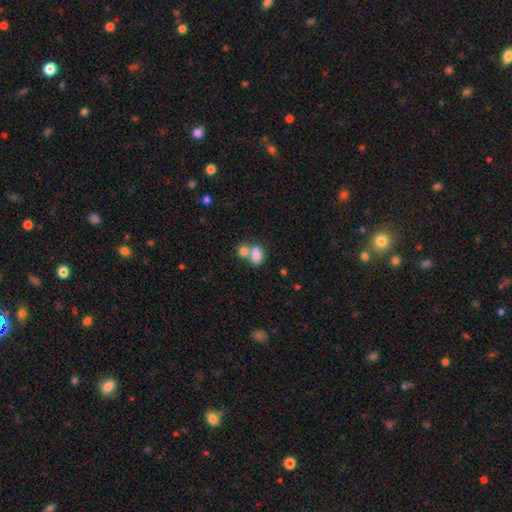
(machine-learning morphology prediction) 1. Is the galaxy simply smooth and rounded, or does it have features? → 77% smooth, 14% featured or disk, 9% star or artifact.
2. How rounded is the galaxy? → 66% in between, 33% round, 1% cigar-shaped.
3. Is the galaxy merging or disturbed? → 64% merger, 25% none, 7% minor disturbance, 4% major disturbance.